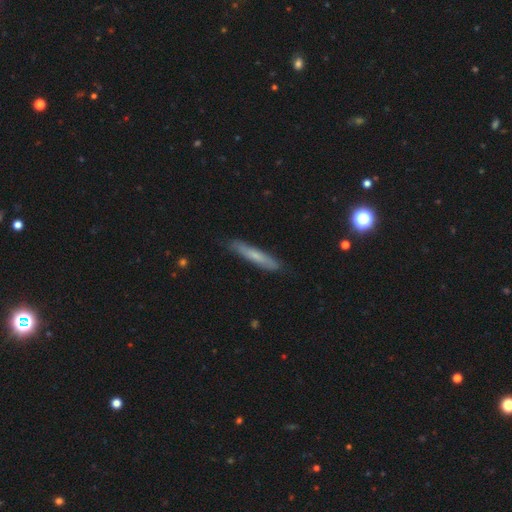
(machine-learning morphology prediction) Smooth or featured? Predicted: smooth (p=0.58). How rounded? Predicted: cigar-shaped (p=0.92). Merging? Predicted: none (p=0.84).